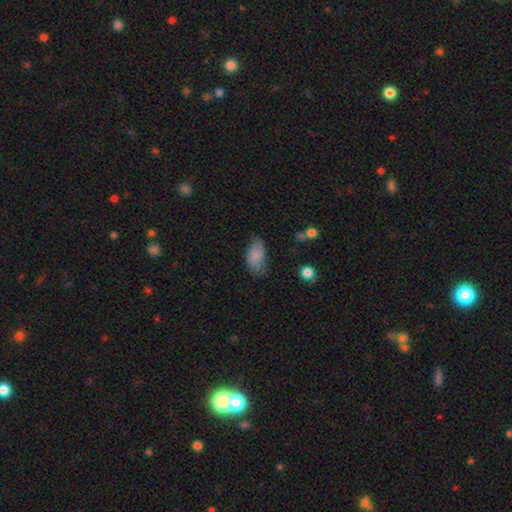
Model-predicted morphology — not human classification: smooth_or_featured: smooth (p=0.81) [alt: featured or disk p=0.12]
how_rounded: in between (p=0.94) [alt: round p=0.04]
merging: none (p=0.60) [alt: minor disturbance p=0.30]